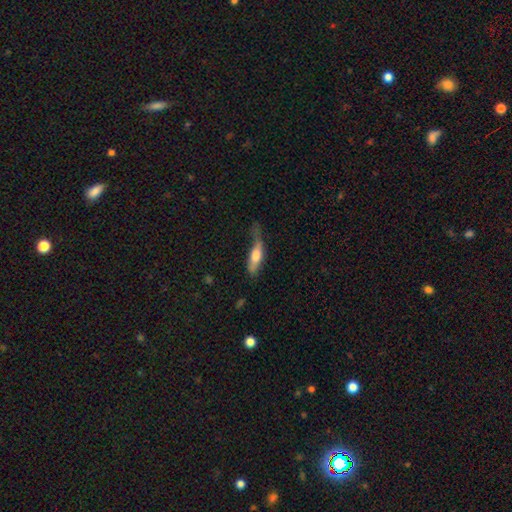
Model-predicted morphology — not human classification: Smooth or featured? smooth (61%)
How rounded? cigar-shaped (51%)
Merging? minor disturbance (34%)